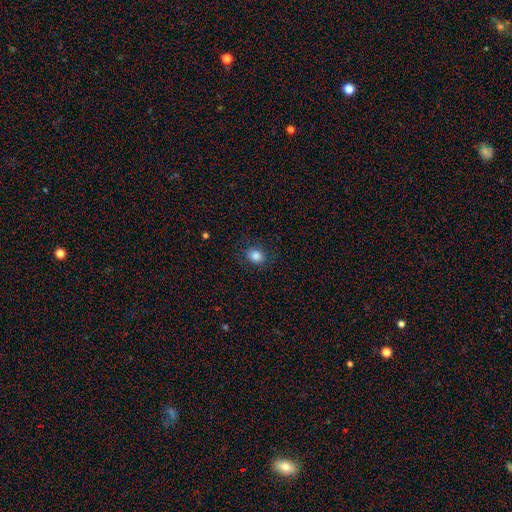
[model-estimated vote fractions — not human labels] A smooth galaxy with no disk features (85%) that is round (56%).

Vote fractions:
- Smooth or featured? smooth: 85% / star or artifact: 10% / featured or disk: 5%
- How rounded? round: 56% / in between: 43% / cigar-shaped: 1%
- Merging? none: 84% / minor disturbance: 11% / major disturbance: 4% / merger: 1%